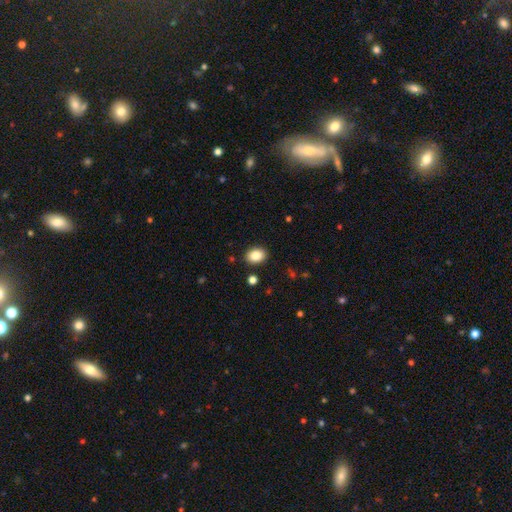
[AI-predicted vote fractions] Smooth or featured? smooth (86%)
How rounded? in between (65%)
Merging? none (89%)